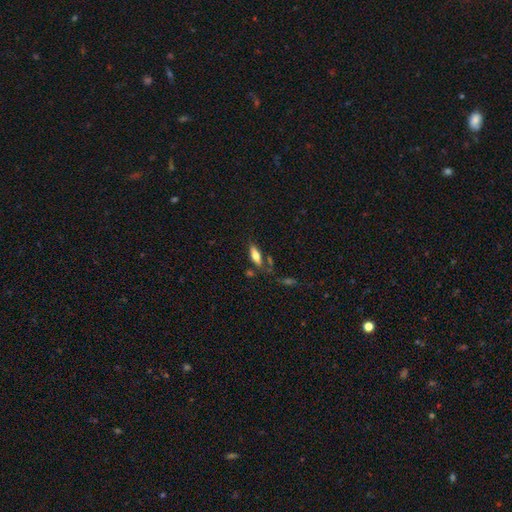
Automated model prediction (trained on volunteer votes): Morphology: type=smooth (64%); roundness=in between (63%); merging=none (70%).